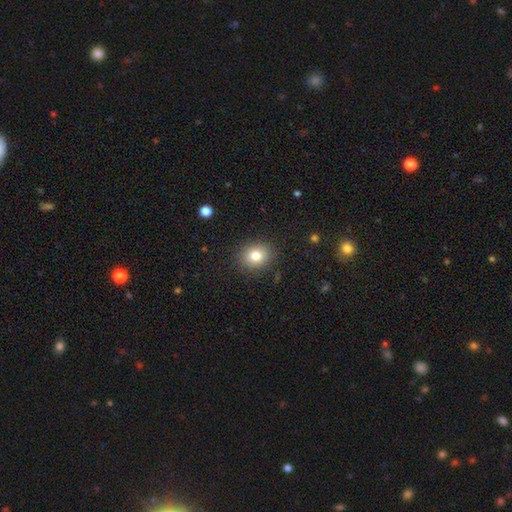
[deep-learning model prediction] The model was most divided on "how rounded": round: 65%, in between: 34%, cigar-shaped: 1%. More confident: merging — none (87%); smooth or featured — smooth (80%).